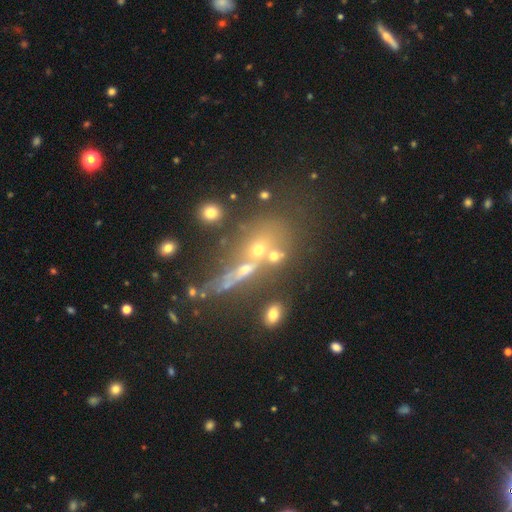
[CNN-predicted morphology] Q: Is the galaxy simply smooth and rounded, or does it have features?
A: star or artifact — 36%.